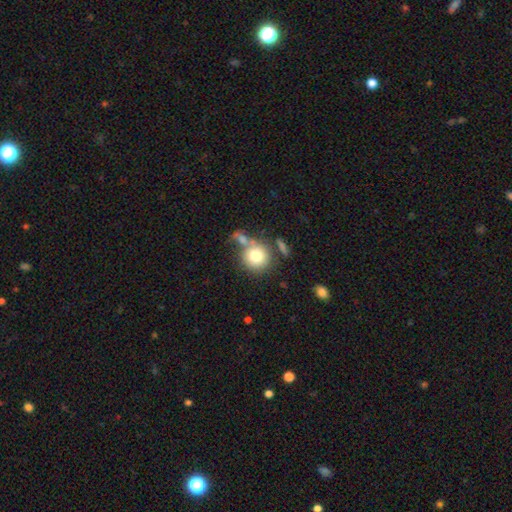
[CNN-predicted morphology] Q: Smooth or featured?
A: smooth (76%); runner-up: featured or disk (14%)
Q: How rounded?
A: round (90%); runner-up: in between (9%)
Q: Merging?
A: none (55%); runner-up: merger (24%)